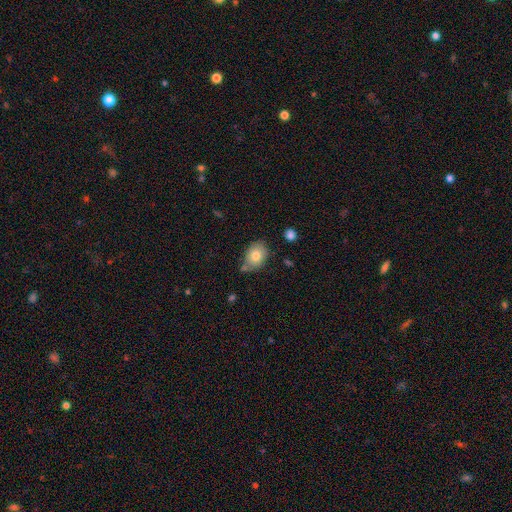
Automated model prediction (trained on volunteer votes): Morphology: type=smooth (78%); roundness=in between (70%); merging=none (66%).